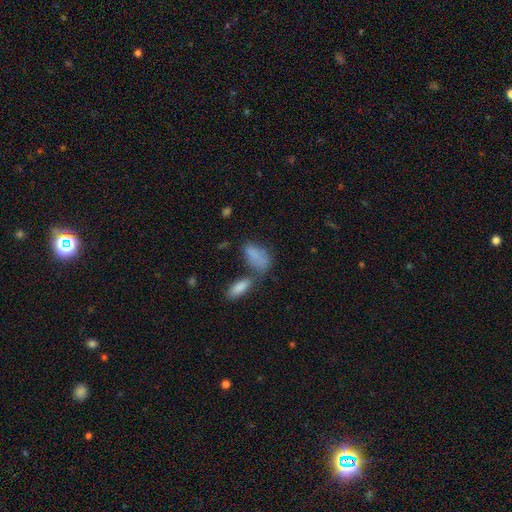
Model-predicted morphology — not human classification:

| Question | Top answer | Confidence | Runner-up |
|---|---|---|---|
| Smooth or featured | smooth | 81% | featured or disk (11%) |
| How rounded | in between | 86% | cigar-shaped (9%) |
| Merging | merger | 35% | none (34%) |